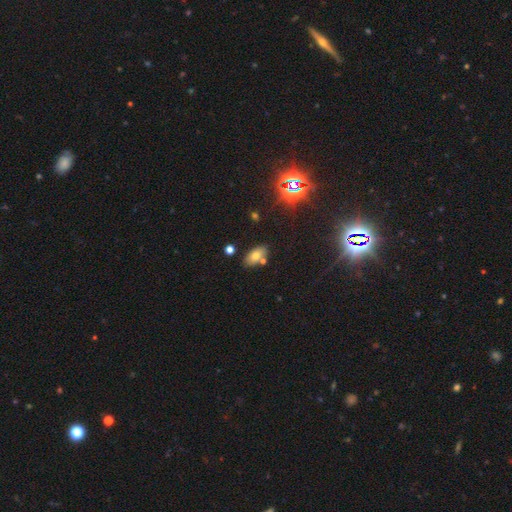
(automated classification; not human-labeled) A smooth galaxy with no disk features (69%) that is in between round and cigar-shaped (90%). Merging: none (74%).